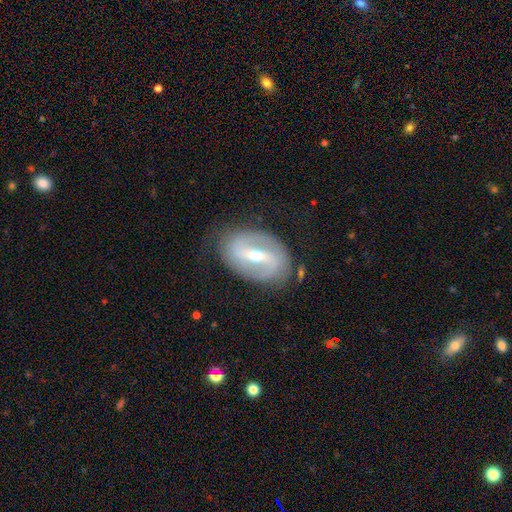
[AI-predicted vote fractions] This appears to be a featured or disk galaxy (82%) with a strong bar (59%), 2 (86%) medium (40%) spiral arms (80%) and a moderate central bulge (57%). Merging: none (80%).